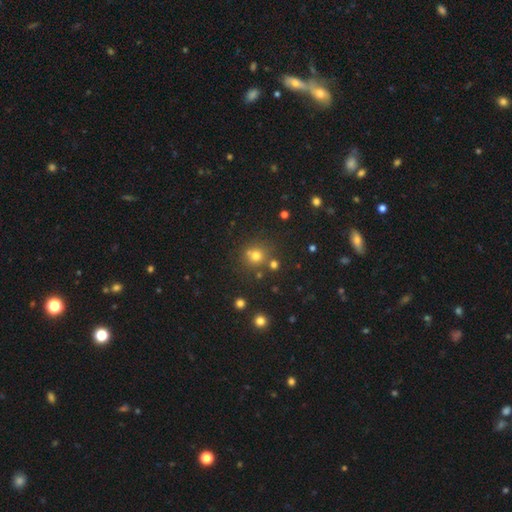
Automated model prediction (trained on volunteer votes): Smooth or featured: smooth — 72% (star or artifact — 20%)
How rounded: round — 89% (in between — 10%)
Merging: none — 72% (merger — 15%)